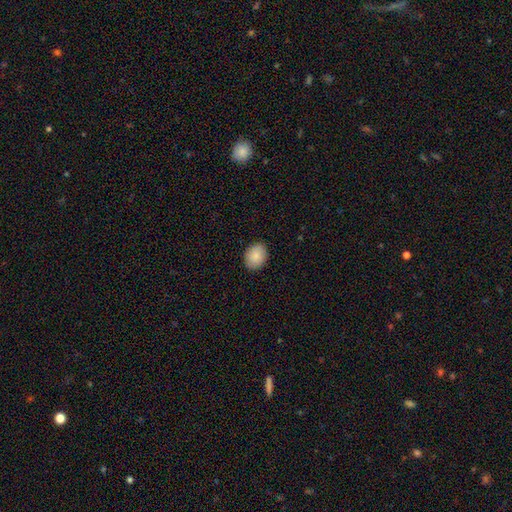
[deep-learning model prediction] smooth_or_featured: smooth (p=0.88) [alt: star or artifact p=0.07]
how_rounded: in between (p=0.59) [alt: round p=0.40]
merging: none (p=0.89) [alt: minor disturbance p=0.08]